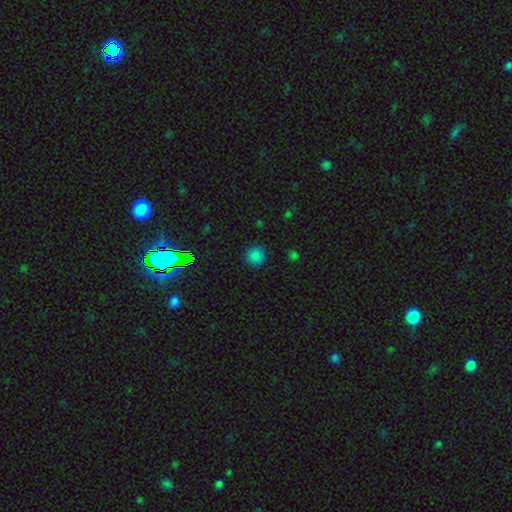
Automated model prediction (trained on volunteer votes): Smooth or featured? Predicted: smooth (p=0.81). How rounded? Predicted: round (p=0.93). Merging? Predicted: none (p=0.89).